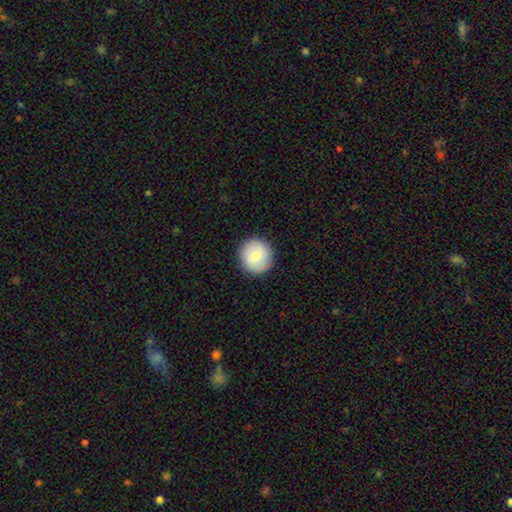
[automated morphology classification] type=smooth (74%); roundness=round (94%); merging=none (90%).